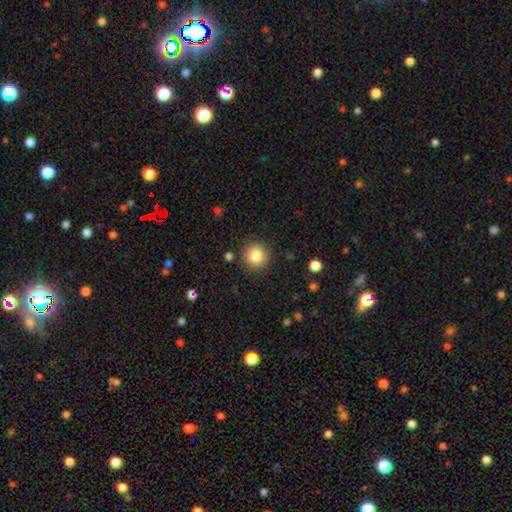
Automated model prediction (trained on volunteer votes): Smooth or featured?
  - smooth: 84% *
  - star or artifact: 10%
  - featured or disk: 6%
How rounded?
  - round: 94% *
  - in between: 5%
  - cigar-shaped: 1%
Merging?
  - none: 89% *
  - minor disturbance: 7%
  - major disturbance: 3%
  - merger: 2%